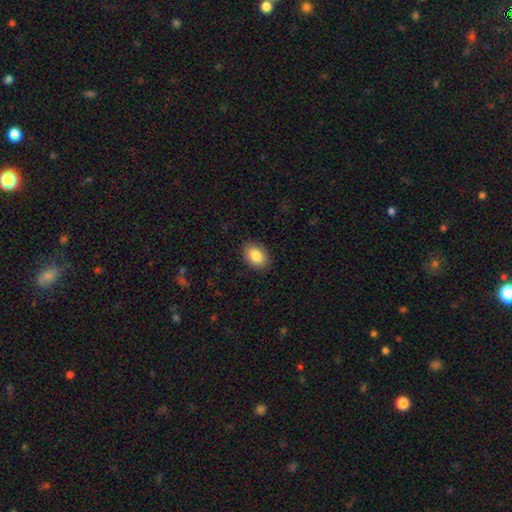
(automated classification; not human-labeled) smooth 85%, star or artifact 8%, featured or disk 8%. Down the decision tree: how rounded — in between (79%); merging — none (89%).